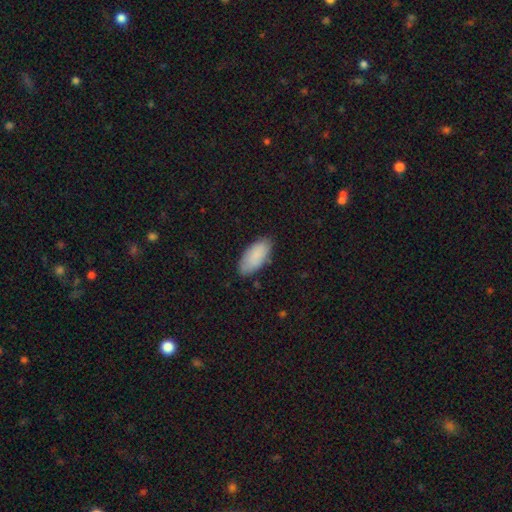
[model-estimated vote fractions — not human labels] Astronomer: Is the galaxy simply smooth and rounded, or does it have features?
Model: smooth — 88%.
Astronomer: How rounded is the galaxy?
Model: in between — 92%.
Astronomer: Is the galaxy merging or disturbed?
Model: none — 83%.